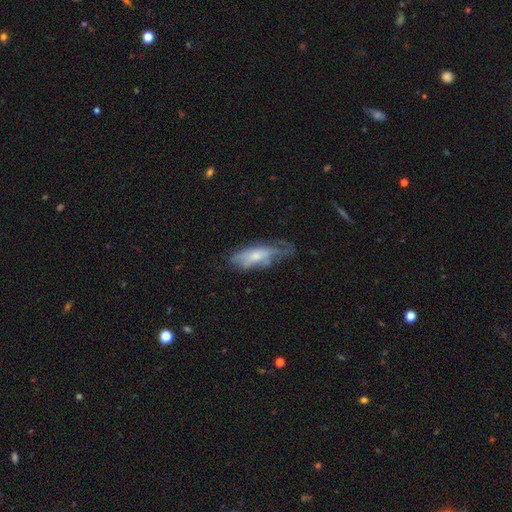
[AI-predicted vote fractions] Smooth or featured? Predicted: smooth (p=0.46, tied with featured or disk). Merging? Predicted: none (p=0.43).